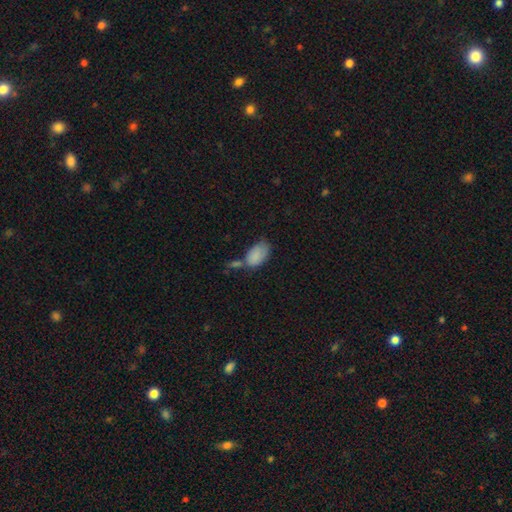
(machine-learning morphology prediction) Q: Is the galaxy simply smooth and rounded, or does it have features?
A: smooth — 84%.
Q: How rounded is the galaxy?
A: in between — 94%.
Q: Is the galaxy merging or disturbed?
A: none — 36%.